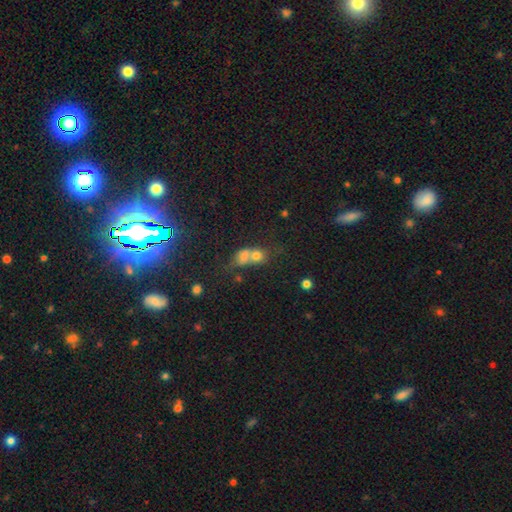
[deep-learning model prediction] The model was most divided on "how rounded": round: 60%, in between: 38%, cigar-shaped: 2%. More confident: merging — merger (67%); smooth or featured — smooth (65%).